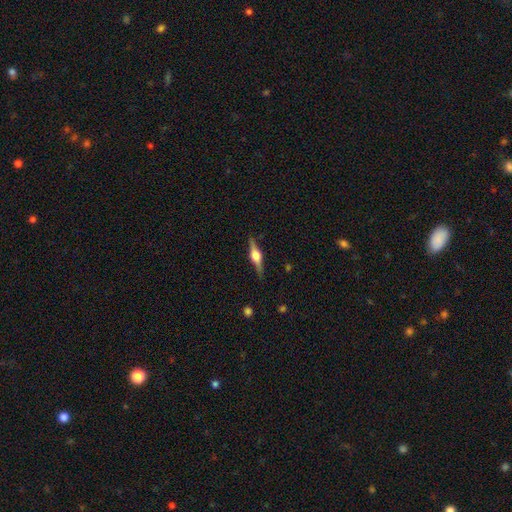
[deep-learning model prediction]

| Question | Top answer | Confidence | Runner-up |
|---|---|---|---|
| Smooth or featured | featured or disk | 78% | smooth (17%) |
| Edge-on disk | yes | 97% | no (3%) |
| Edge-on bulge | rounded | 92% | boxy (6%) |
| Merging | none | 86% | minor disturbance (10%) |